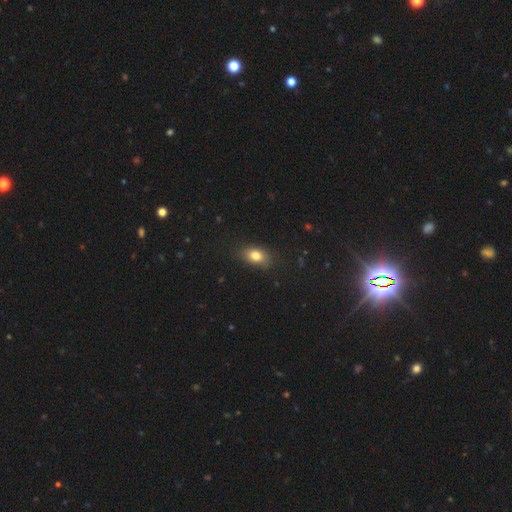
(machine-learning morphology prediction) smooth 81%, star or artifact 10%, featured or disk 9%. Down the decision tree: how rounded — in between (80%); merging — none (81%).